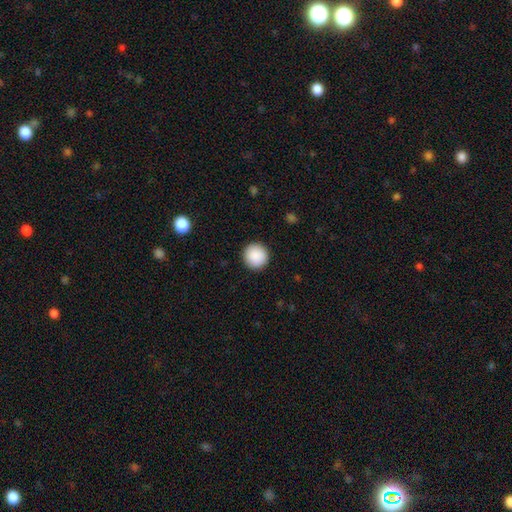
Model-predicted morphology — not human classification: Smooth or featured? Predicted: smooth (p=0.89). How rounded? Predicted: round (p=0.96). Merging? Predicted: none (p=0.93).